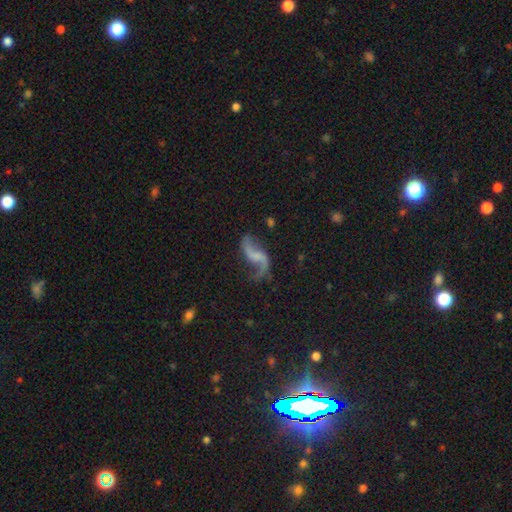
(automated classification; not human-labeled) Smooth or featured? Predicted: featured or disk (p=0.87). Edge-on disk? Predicted: no (p=0.97). Bar? Predicted: no (p=0.43). Spiral arms? Predicted: yes (p=0.96). Spiral winding? Predicted: loose (p=0.88). Spiral arm count? Predicted: 2 (p=0.92). Bulge size? Predicted: none (p=0.52). Merging? Predicted: none (p=0.67).